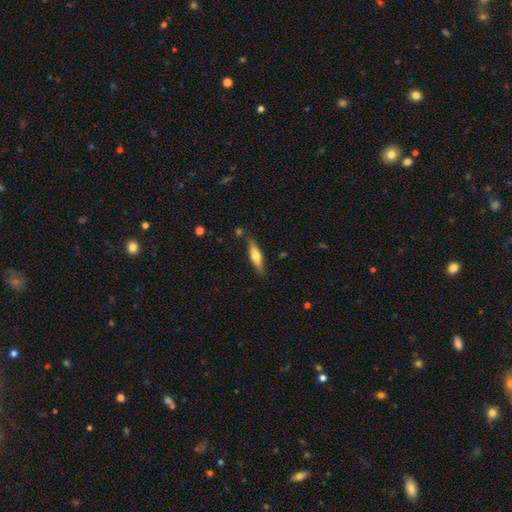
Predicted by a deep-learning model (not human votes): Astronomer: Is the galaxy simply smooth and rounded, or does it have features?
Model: smooth — 55% (runner-up: featured or disk, 39%).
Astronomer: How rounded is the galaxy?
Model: cigar-shaped — 68%.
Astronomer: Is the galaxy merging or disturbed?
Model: none — 83%.